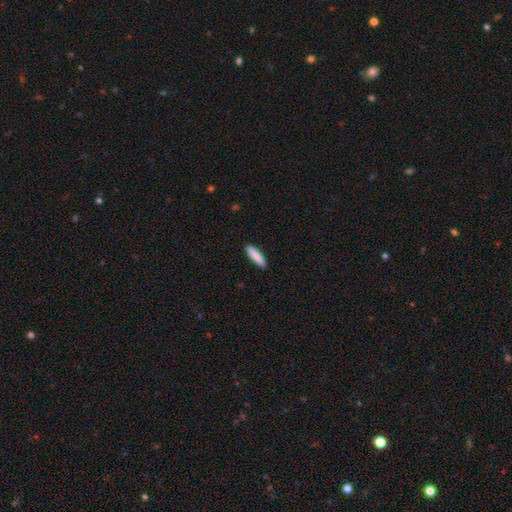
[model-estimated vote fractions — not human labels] The model was most divided on "how rounded": cigar-shaped: 76%, in between: 23%, round: 1%. More confident: merging — none (90%); smooth or featured — smooth (88%).